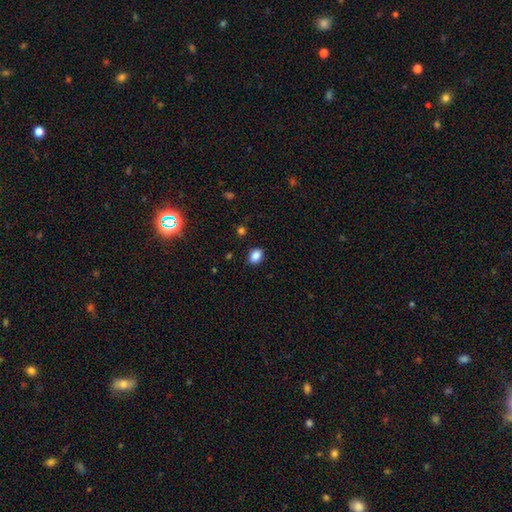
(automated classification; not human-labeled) Smooth or featured: smooth — 87% (star or artifact — 10%)
How rounded: in between — 72% (round — 27%)
Merging: none — 87% (minor disturbance — 9%)